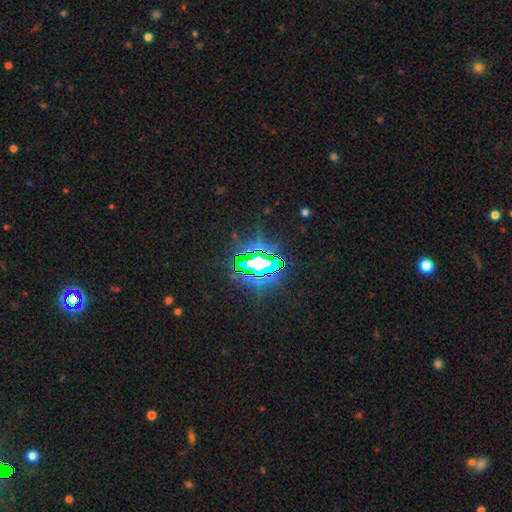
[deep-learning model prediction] Smooth or featured?
  - star or artifact: 79% *
  - featured or disk: 11%
  - smooth: 9%